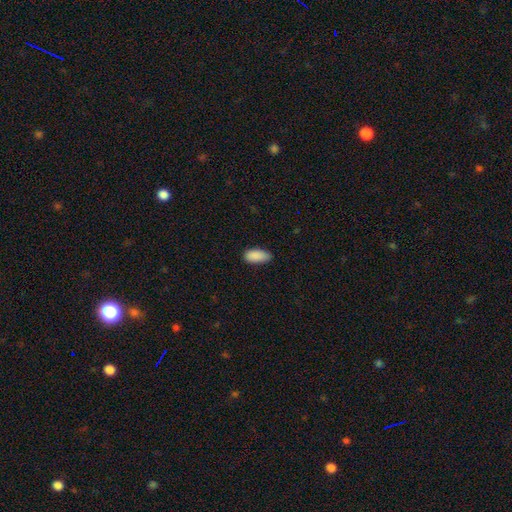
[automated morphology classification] A smooth galaxy with no disk features (90%) that is in between round and cigar-shaped (90%). Merging: none (75%).